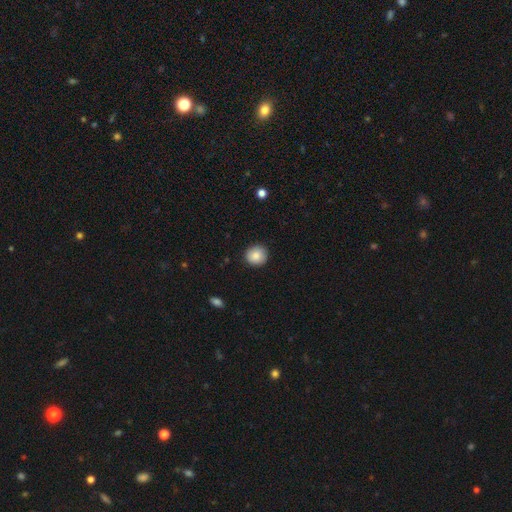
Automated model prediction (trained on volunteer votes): Morphology: type=smooth (87%); roundness=round (92%); merging=none (91%).